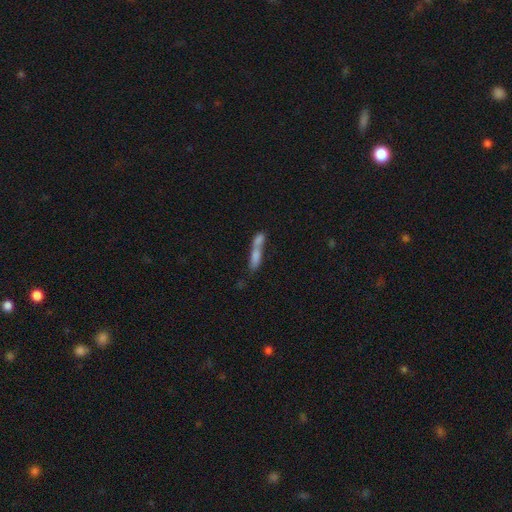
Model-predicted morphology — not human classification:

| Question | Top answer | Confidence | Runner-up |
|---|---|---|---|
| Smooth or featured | smooth | 70% | featured or disk (21%) |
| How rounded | cigar-shaped | 69% | in between (28%) |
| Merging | merger | 62% | none (22%) |